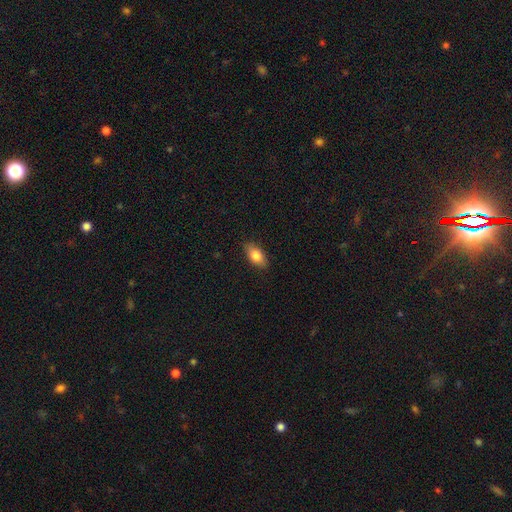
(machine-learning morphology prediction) Smooth or featured?
  - smooth: 80% *
  - featured or disk: 13%
  - star or artifact: 7%
How rounded?
  - in between: 87% *
  - cigar-shaped: 7%
  - round: 6%
Merging?
  - none: 85% *
  - minor disturbance: 12%
  - major disturbance: 2%
  - merger: 1%